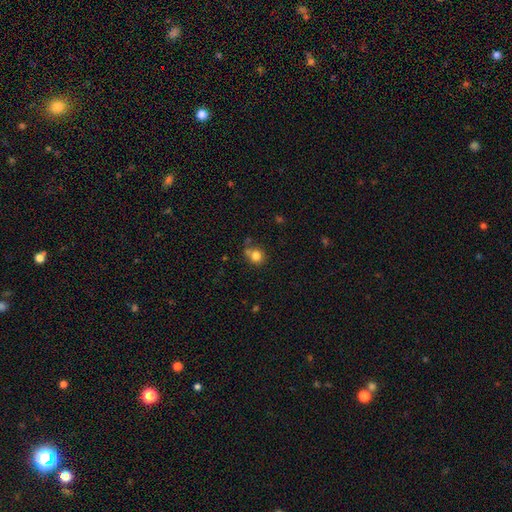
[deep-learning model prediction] The model was most divided on "merging": none: 61%, minor disturbance: 18%, merger: 15%, major disturbance: 6%. More confident: how rounded — round (83%); smooth or featured — smooth (81%).